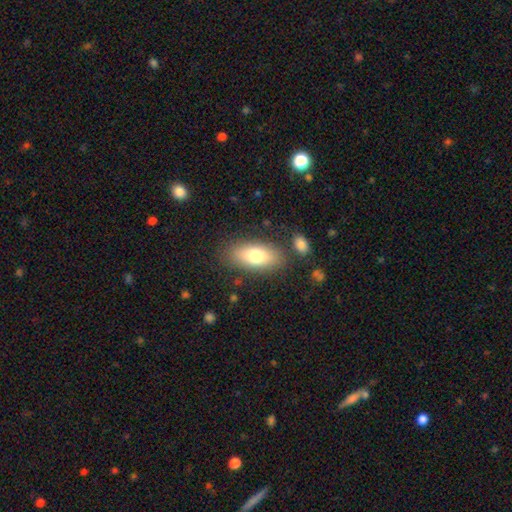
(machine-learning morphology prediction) Q: Smooth or featured?
A: smooth (75%); runner-up: featured or disk (17%)
Q: How rounded?
A: in between (84%); runner-up: cigar-shaped (12%)
Q: Merging?
A: none (81%); runner-up: minor disturbance (11%)